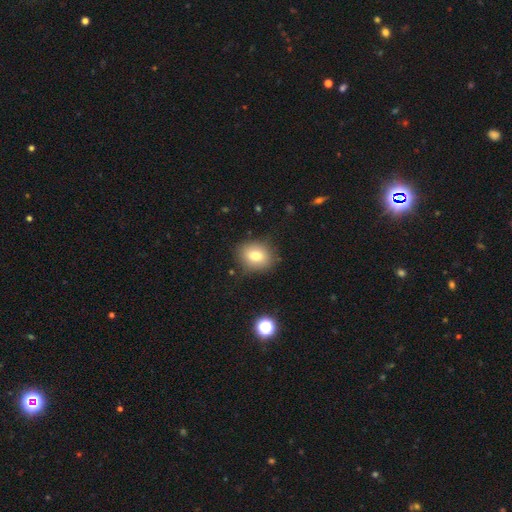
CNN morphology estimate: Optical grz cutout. It shows a smooth galaxy with no disk features (77%) that is round (54%). Merging: none (83%).